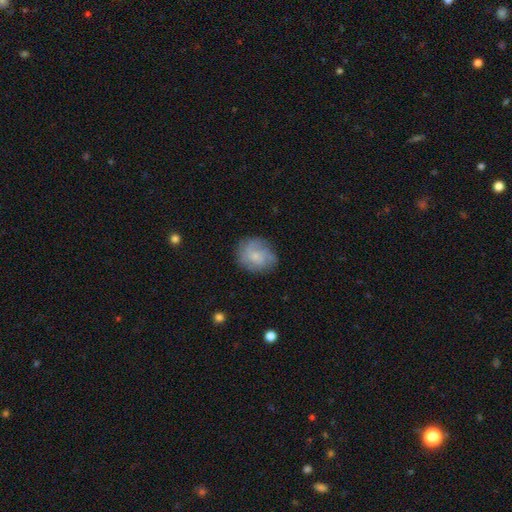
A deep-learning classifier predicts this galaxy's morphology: This is possibly a featured or disk galaxy (46%, tied with smooth). Merging: likely none (70%).